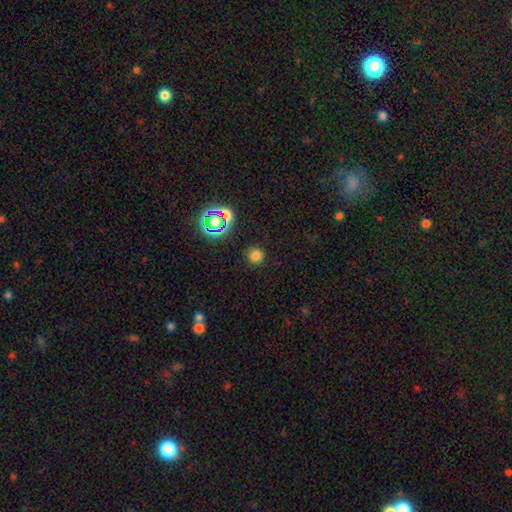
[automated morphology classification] Smooth or featured? Predicted: smooth (p=0.73). How rounded? Predicted: round (p=0.94). Merging? Predicted: none (p=0.88).